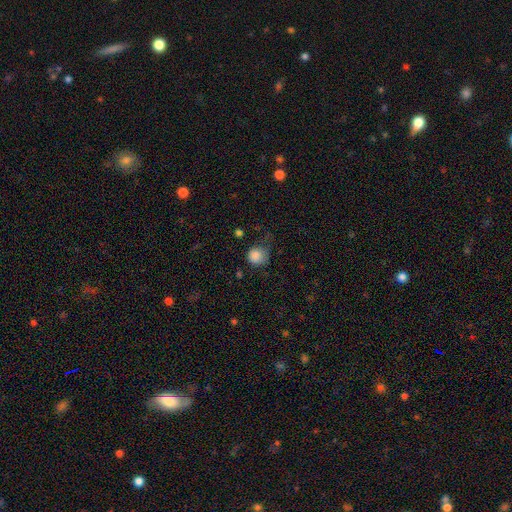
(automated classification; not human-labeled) A smooth galaxy with no disk features (85%) that is round (88%). Merging: none (50%).